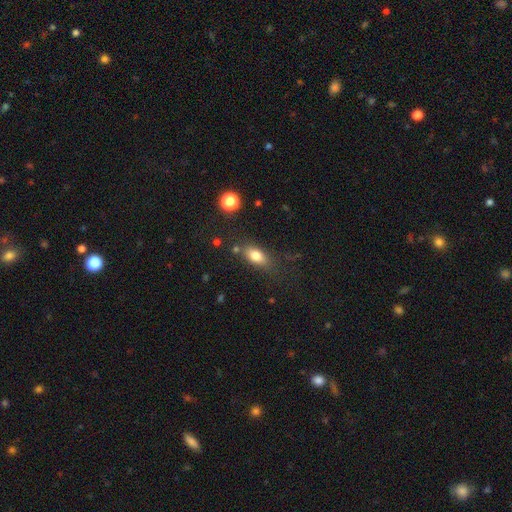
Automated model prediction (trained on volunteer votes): Smooth or featured: smooth — 78% (featured or disk — 12%)
How rounded: in between — 81% (round — 10%)
Merging: none — 70% (minor disturbance — 18%)